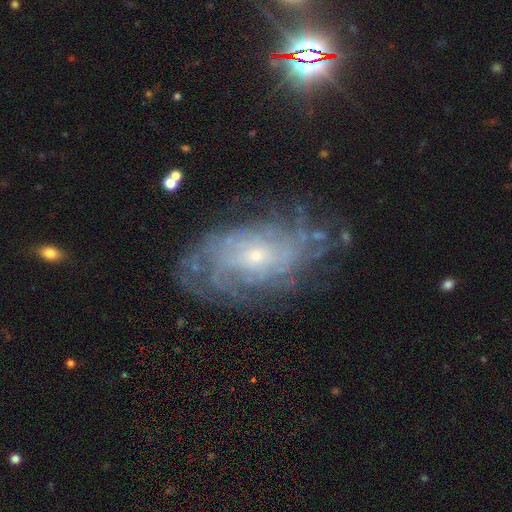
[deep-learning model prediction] smooth-or-featured: featured or disk: 79% | smooth: 12% | star or artifact: 9%
  disk-edge-on: no: 94% | yes: 6%
    bar: no: 74% | weak: 21% | strong: 5%
    has-spiral-arms: yes: 87% | no: 13%
      spiral-winding: tight: 64% | medium: 25% | loose: 11%
      spiral-arm-count: can't tell: 54% | more than 4: 12% | 4: 11% | 2: 9% | 3: 8% | 1: 5%
    bulge-size: small: 77% | moderate: 19% | none: 2% | large: 2% | dominant: 1%
  merging: none: 71% | minor disturbance: 18% | major disturbance: 9% | merger: 2%